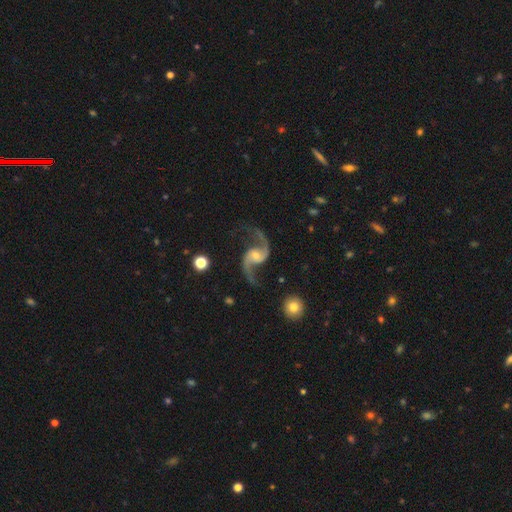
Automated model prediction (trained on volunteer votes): A featured or disk galaxy (93%) with no bar (56%), 2 (95%) loose (80%) spiral arms (98%) and a small central bulge (51%). Merging: none (76%).